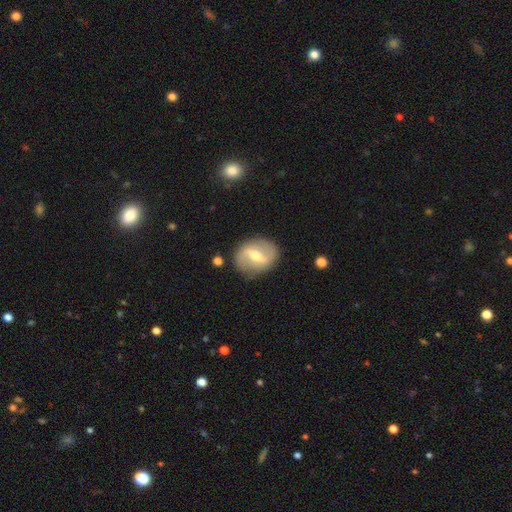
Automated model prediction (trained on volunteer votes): The model was most divided on "bar": strong: 45%, weak: 41%, no: 14%. More confident: edge-on disk — no (94%); merging — none (84%); bulge size — moderate (72%); smooth or featured — featured or disk (68%); spiral arms — yes (61%).